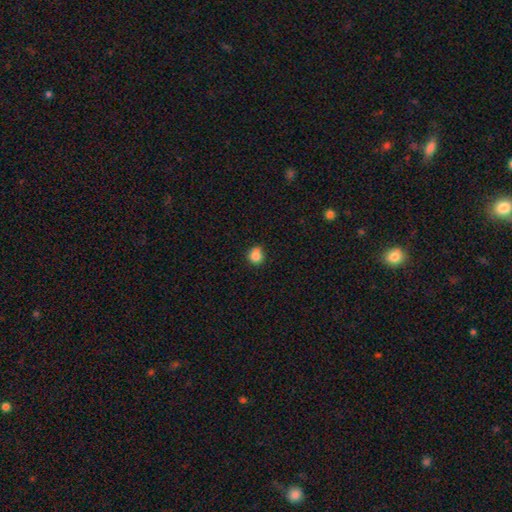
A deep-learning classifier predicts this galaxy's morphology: Smooth or featured?
  - smooth: 85% *
  - star or artifact: 11%
  - featured or disk: 4%
How rounded?
  - round: 79% *
  - in between: 20%
  - cigar-shaped: 1%
Merging?
  - none: 72% *
  - minor disturbance: 22%
  - major disturbance: 4%
  - merger: 2%